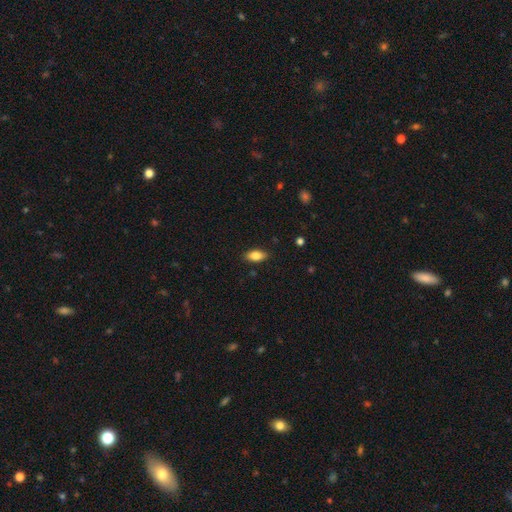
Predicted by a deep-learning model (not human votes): Q: Smooth or featured?
A: smooth (84%); runner-up: featured or disk (8%)
Q: How rounded?
A: in between (89%); runner-up: cigar-shaped (8%)
Q: Merging?
A: none (86%); runner-up: minor disturbance (10%)